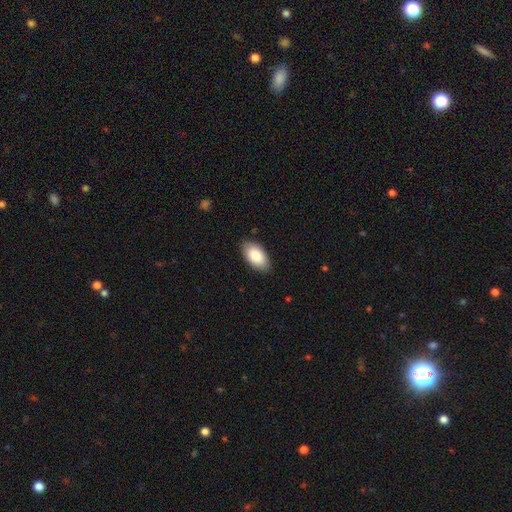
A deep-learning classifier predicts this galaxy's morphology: smooth_or_featured: smooth (p=0.88) [alt: featured or disk p=0.06]
how_rounded: in between (p=0.96) [alt: round p=0.02]
merging: none (p=0.86) [alt: minor disturbance p=0.11]